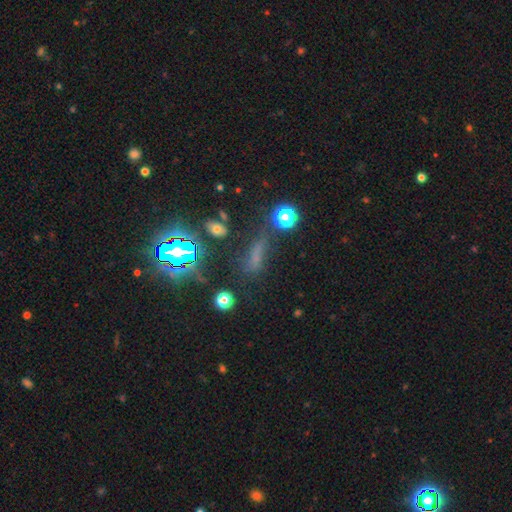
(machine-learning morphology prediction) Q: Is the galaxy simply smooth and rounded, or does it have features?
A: star or artifact — 43%.